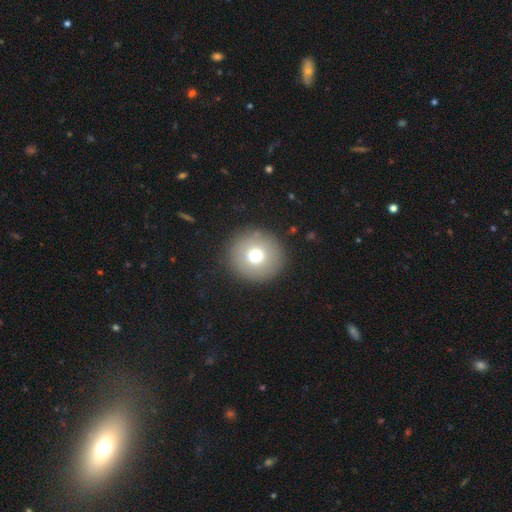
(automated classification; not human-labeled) smooth 73%, featured or disk 15%, star or artifact 11%. Down the decision tree: how rounded — round (94%); merging — none (90%).